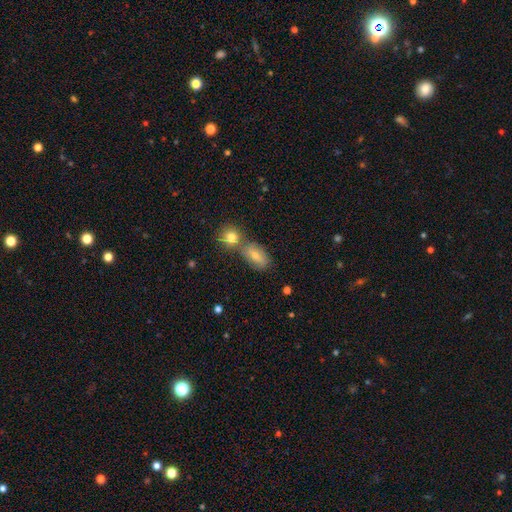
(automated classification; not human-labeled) A smooth galaxy with no disk features (71%) that is in between round and cigar-shaped (84%).

Vote fractions:
- Smooth or featured? smooth: 71% / featured or disk: 19% / star or artifact: 10%
- How rounded? in between: 84% / round: 11% / cigar-shaped: 5%
- Merging? none: 49% / merger: 35% / minor disturbance: 12% / major disturbance: 4%